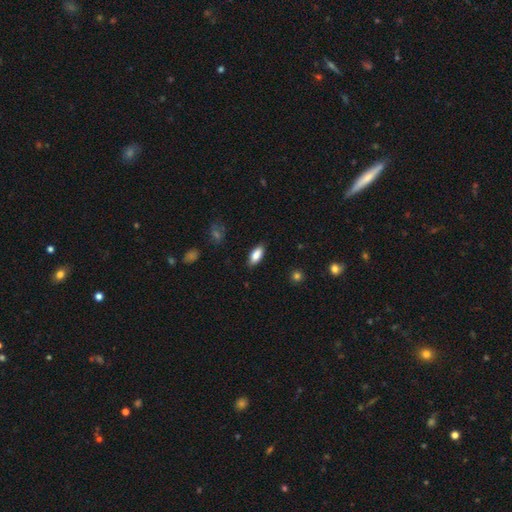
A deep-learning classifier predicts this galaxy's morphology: type=smooth (84%); roundness=in between (83%); merging=none (86%).